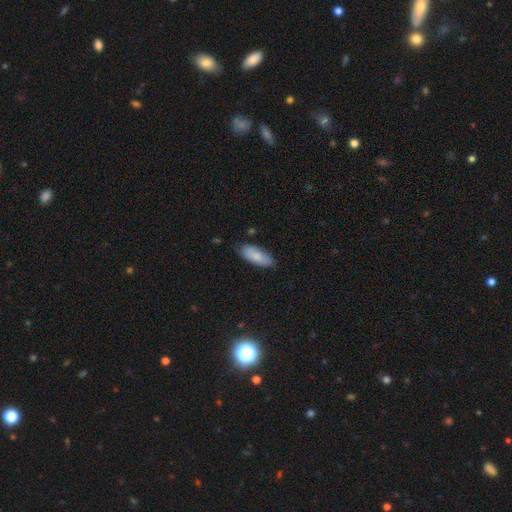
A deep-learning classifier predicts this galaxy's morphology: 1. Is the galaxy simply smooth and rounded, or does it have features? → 83% smooth, 11% featured or disk, 6% star or artifact.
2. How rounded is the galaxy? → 81% in between, 18% cigar-shaped, 2% round.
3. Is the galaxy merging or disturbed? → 80% none, 16% minor disturbance, 3% major disturbance, 2% merger.